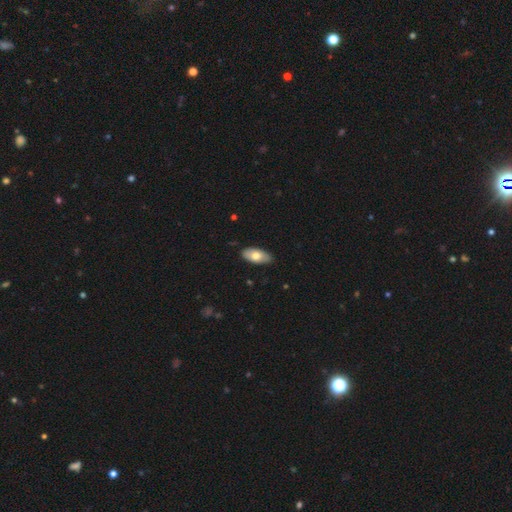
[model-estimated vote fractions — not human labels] Smooth or featured?
  - smooth: 71% *
  - featured or disk: 23%
  - star or artifact: 6%
How rounded?
  - in between: 92% *
  - cigar-shaped: 5%
  - round: 2%
Merging?
  - none: 84% *
  - minor disturbance: 13%
  - major disturbance: 2%
  - merger: 1%